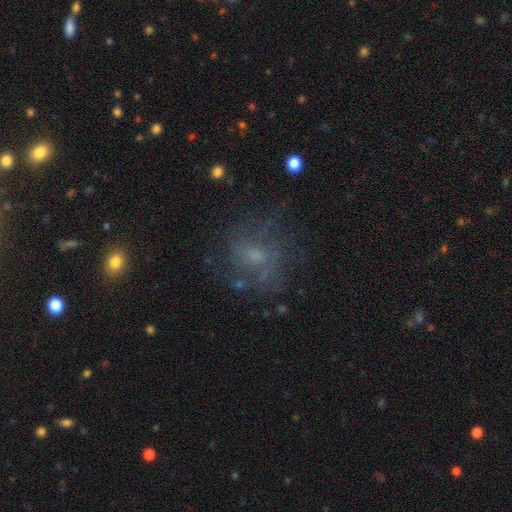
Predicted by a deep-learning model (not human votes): The model was most divided on "bulge size": moderate: 39%, small: 37%, none: 18%, large: 5%, dominant: 1%. More confident: edge-on disk — no (97%); spiral arms — yes (72%); merging — none (64%); smooth or featured — featured or disk (59%); bar — no (56%).